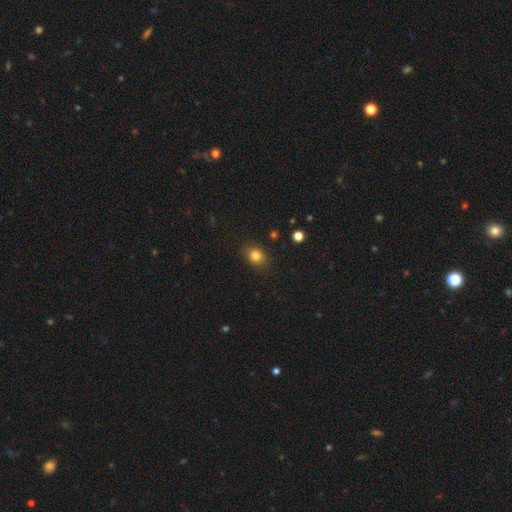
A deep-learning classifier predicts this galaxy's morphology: This appears to be a smooth galaxy with no disk features (82%) that is round (52%). Merging: none (85%).